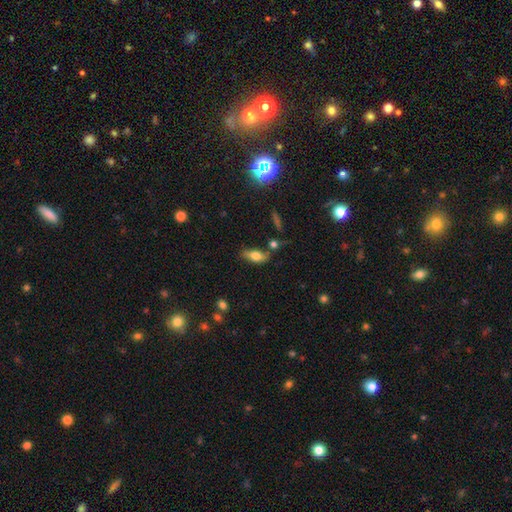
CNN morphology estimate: smooth 69%, featured or disk 23%, star or artifact 8%. Down the decision tree: how rounded — in between (78%); merging — none (65%).